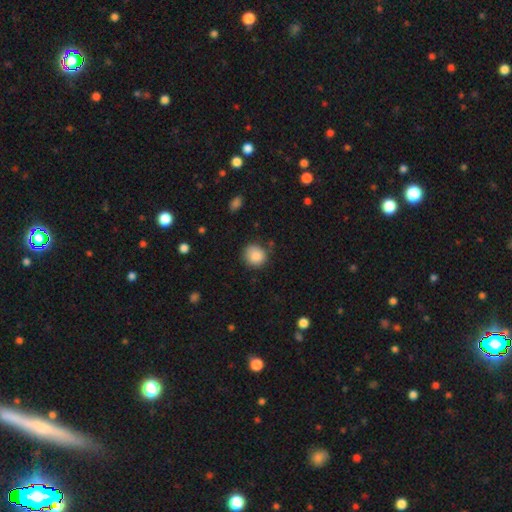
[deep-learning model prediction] Smooth or featured?
  - smooth: 85% *
  - star or artifact: 9%
  - featured or disk: 6%
How rounded?
  - round: 88% *
  - in between: 11%
  - cigar-shaped: 1%
Merging?
  - none: 77% *
  - minor disturbance: 16%
  - major disturbance: 4%
  - merger: 3%